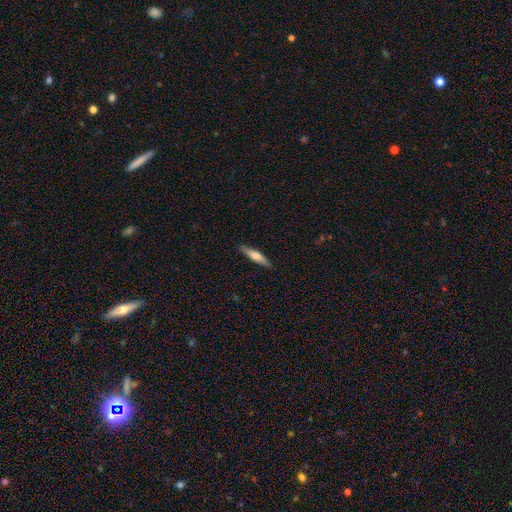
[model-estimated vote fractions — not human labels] smooth-or-featured: smooth: 58% | featured or disk: 36% | star or artifact: 6%
  how-rounded: cigar-shaped: 81% | in between: 17% | round: 2%
  merging: none: 88% | minor disturbance: 10% | major disturbance: 2% | merger: 1%